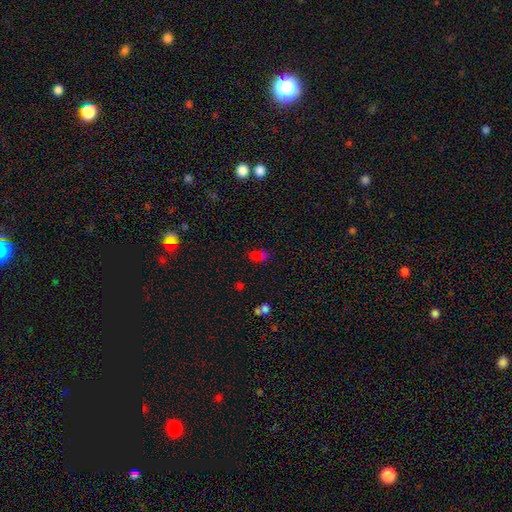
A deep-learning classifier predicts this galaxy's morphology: The model was most divided on "smooth or featured": smooth: 54%, star or artifact: 36%, featured or disk: 10%. More confident: how rounded — in between (73%); merging — none (61%).